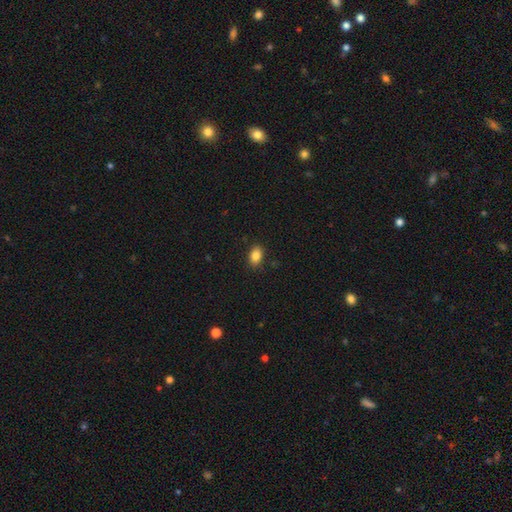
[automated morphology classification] Smooth or featured? Predicted: smooth (p=0.86). How rounded? Predicted: in between (p=0.83). Merging? Predicted: none (p=0.87).